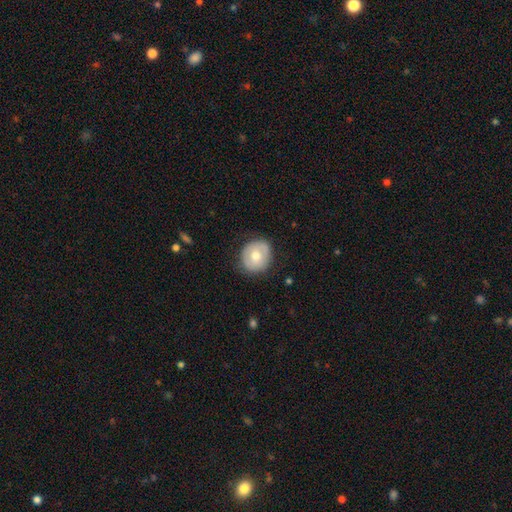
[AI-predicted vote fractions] This is likely a smooth galaxy (60%). How rounded: likely round (79%). Merging: likely none (79%).